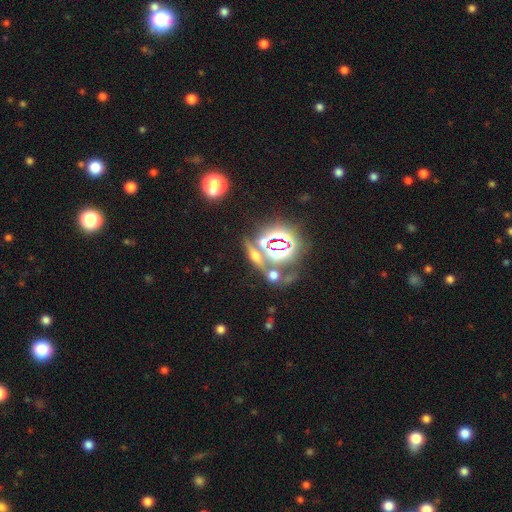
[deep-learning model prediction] smooth-or-featured: star or artifact: 39% | smooth: 31% | featured or disk: 30%